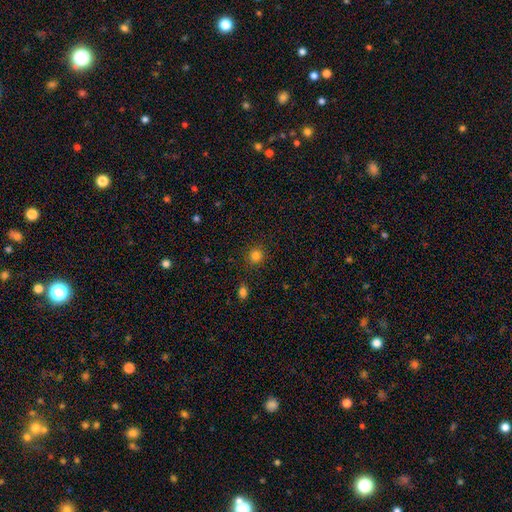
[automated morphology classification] A smooth galaxy with no disk features (82%) that is round (91%).

Vote fractions:
- Smooth or featured? smooth: 82% / star or artifact: 13% / featured or disk: 5%
- How rounded? round: 91% / in between: 8% / cigar-shaped: 1%
- Merging? none: 88% / minor disturbance: 7% / major disturbance: 2% / merger: 2%